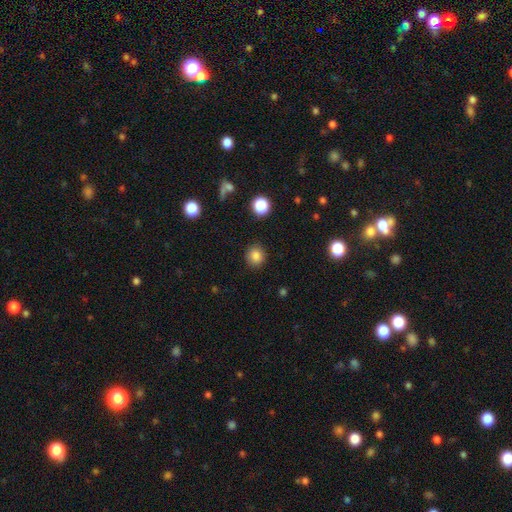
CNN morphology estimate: Smooth or featured? Predicted: smooth (p=0.84). How rounded? Predicted: round (p=0.86). Merging? Predicted: none (p=0.89).